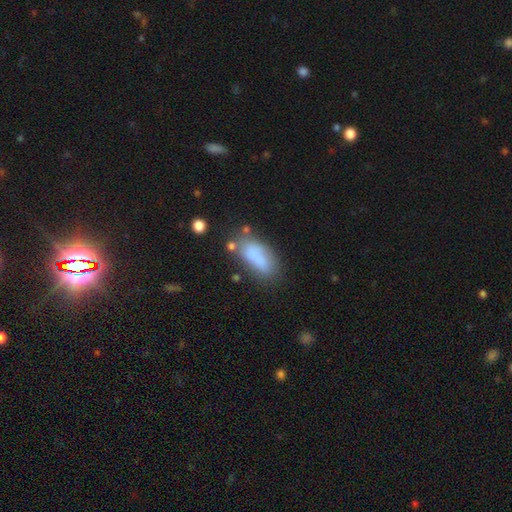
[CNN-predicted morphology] smooth_or_featured: smooth (p=0.78) [alt: featured or disk p=0.13]
how_rounded: in between (p=0.79) [alt: cigar-shaped p=0.18]
merging: none (p=0.56) [alt: minor disturbance p=0.24]